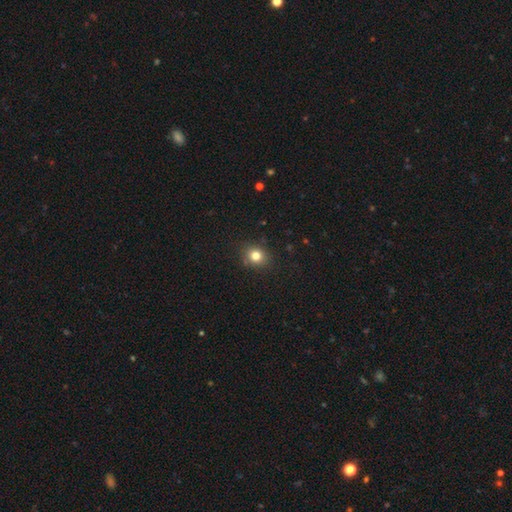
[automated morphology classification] The model was most divided on "how rounded": round: 73%, in between: 26%, cigar-shaped: 1%. More confident: merging — none (86%); smooth or featured — smooth (80%).